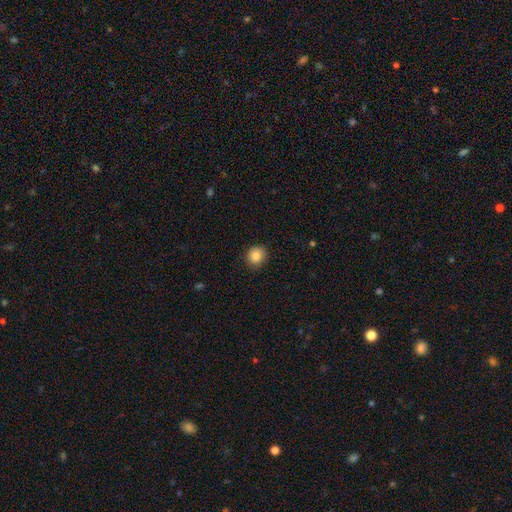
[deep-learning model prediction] Smooth or featured? Predicted: smooth (p=0.85). How rounded? Predicted: round (p=0.87). Merging? Predicted: none (p=0.89).